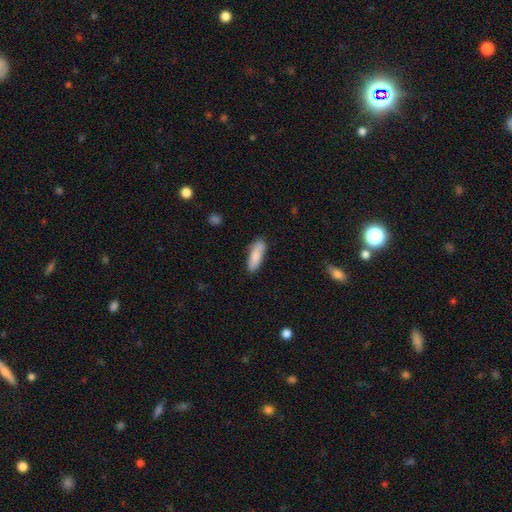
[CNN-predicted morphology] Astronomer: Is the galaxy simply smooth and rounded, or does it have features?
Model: smooth — 83%.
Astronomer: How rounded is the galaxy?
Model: in between — 50% (runner-up: cigar-shaped, 48%).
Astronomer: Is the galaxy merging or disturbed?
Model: none — 78%.